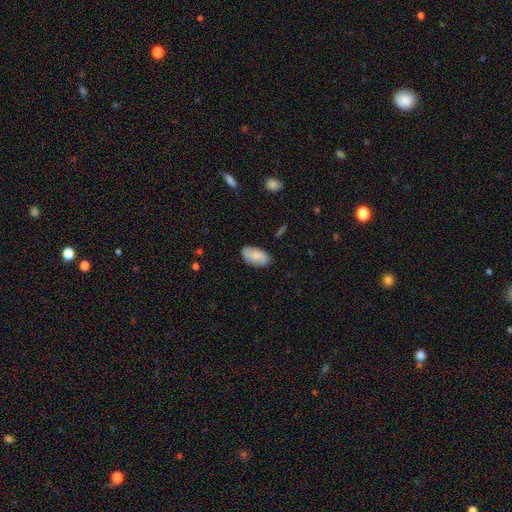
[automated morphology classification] The model was most divided on "smooth or featured": smooth: 70%, featured or disk: 23%, star or artifact: 7%. More confident: how rounded — in between (94%); merging — none (81%).